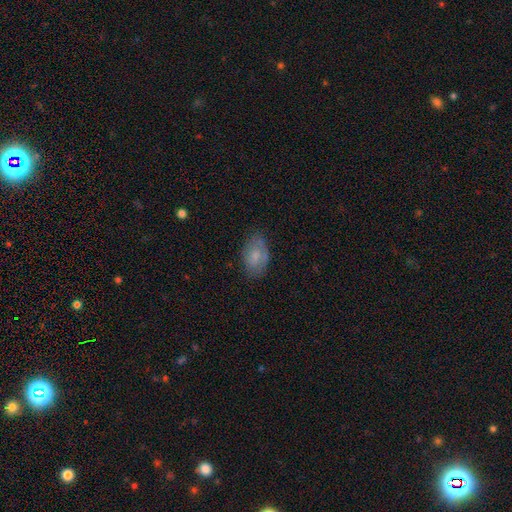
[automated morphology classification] Q: Smooth or featured?
A: smooth (65%); runner-up: featured or disk (28%)
Q: How rounded?
A: in between (89%); runner-up: round (9%)
Q: Merging?
A: none (69%); runner-up: minor disturbance (23%)